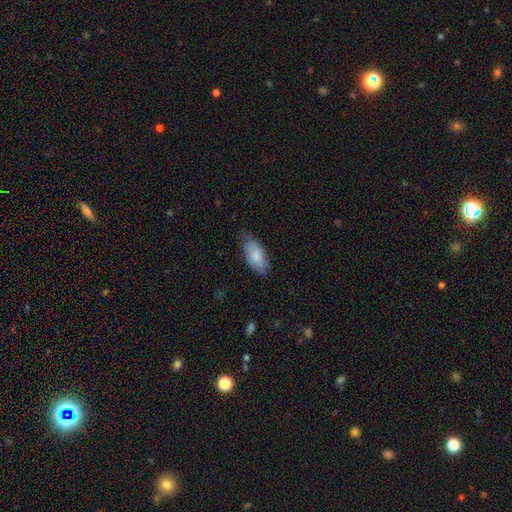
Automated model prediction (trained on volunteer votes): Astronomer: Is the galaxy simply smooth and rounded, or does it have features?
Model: smooth — 80%.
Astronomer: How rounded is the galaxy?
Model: in between — 92%.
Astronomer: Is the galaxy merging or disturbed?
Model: none — 64%.